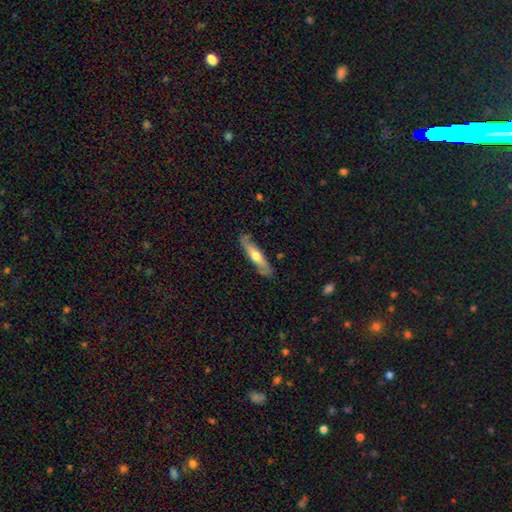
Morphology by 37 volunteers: A featured or disk galaxy (54%) viewed edge-on (75%) with a rounded central bulge (80%). Merging: none (89%).